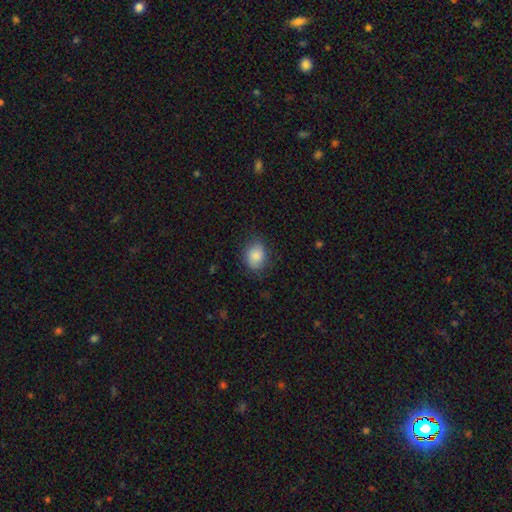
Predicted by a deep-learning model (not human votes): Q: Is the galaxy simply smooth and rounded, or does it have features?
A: smooth — 85%.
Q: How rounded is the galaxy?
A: round — 55%.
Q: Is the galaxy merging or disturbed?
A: none — 76%.